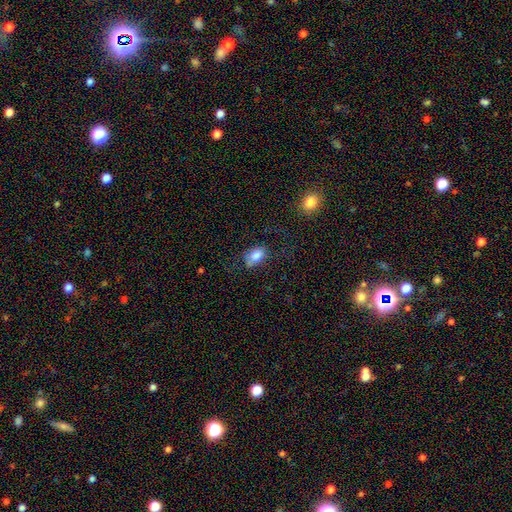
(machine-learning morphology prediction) This appears to be a smooth galaxy with no disk features (79%) that is in between round and cigar-shaped (86%). Merging: none (58%).